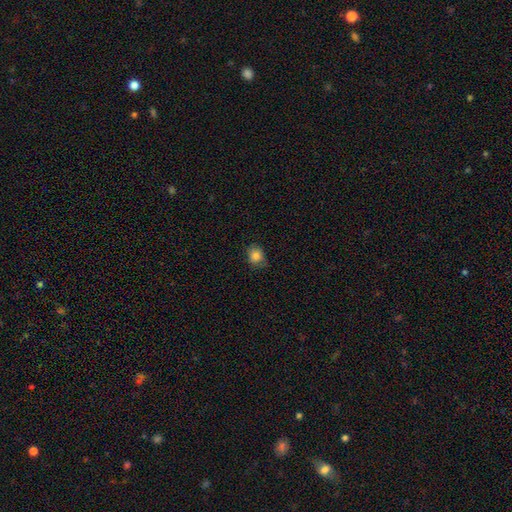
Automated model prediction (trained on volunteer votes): Smooth or featured: smooth — 82% (star or artifact — 10%)
How rounded: round — 60% (in between — 39%)
Merging: none — 72% (minor disturbance — 22%)